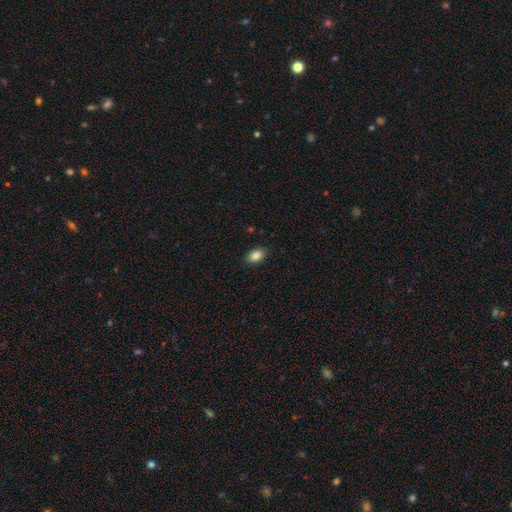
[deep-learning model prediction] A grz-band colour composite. It shows a smooth galaxy with no disk features (86%) that is in between round and cigar-shaped (89%). Merging: none (87%).